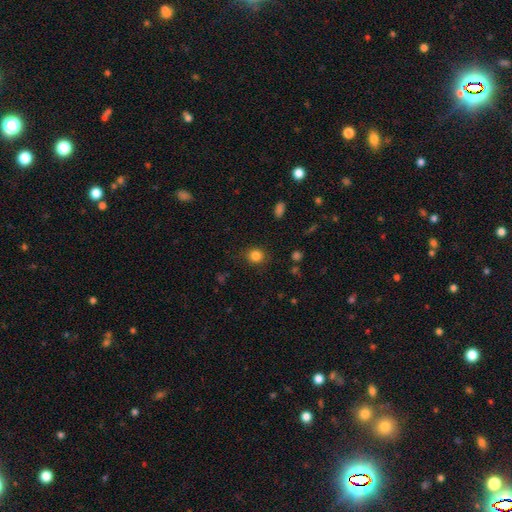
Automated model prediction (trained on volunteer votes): Smooth or featured: smooth — 84% (star or artifact — 12%)
How rounded: round — 83% (in between — 16%)
Merging: none — 87% (minor disturbance — 9%)